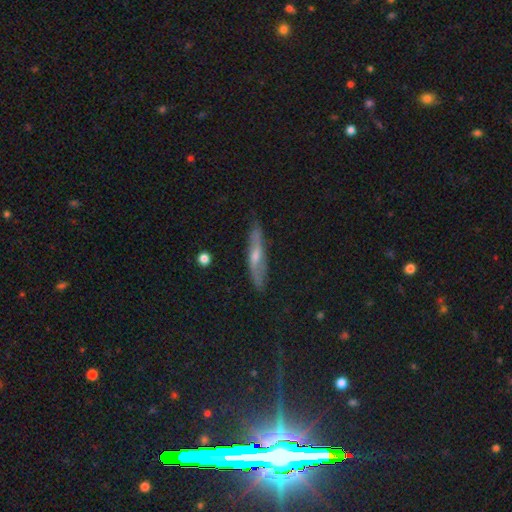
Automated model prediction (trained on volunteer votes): Smooth or featured?
  - featured or disk: 57% *
  - smooth: 27%
  - star or artifact: 16%
Edge-on disk?
  - yes: 79% *
  - no: 21%
Merging?
  - none: 83% *
  - minor disturbance: 13%
  - major disturbance: 3%
  - merger: 2%